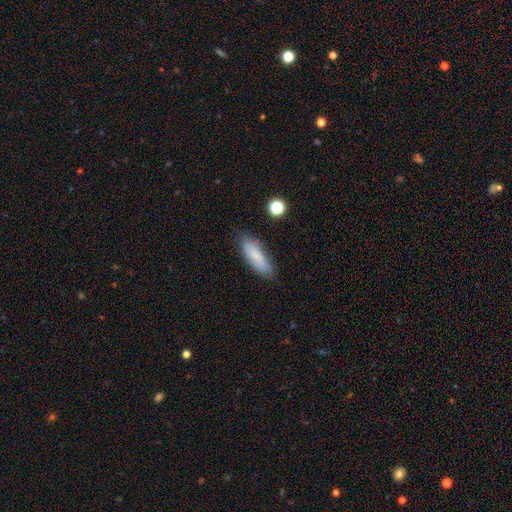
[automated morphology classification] Smooth or featured? Predicted: smooth (p=0.79). How rounded? Predicted: in between (p=0.60). Merging? Predicted: none (p=0.77).